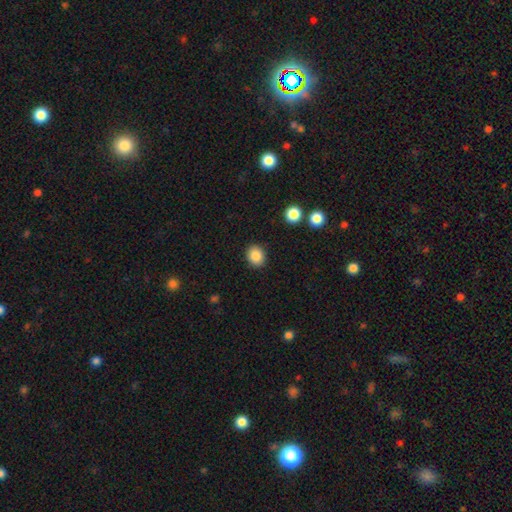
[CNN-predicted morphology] This is clearly a smooth galaxy (86%). How rounded: likely round (65%). Merging: clearly none (89%).